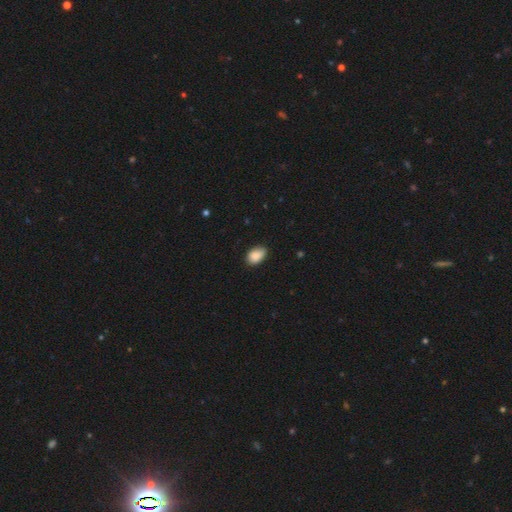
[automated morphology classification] Smooth or featured? Predicted: smooth (p=0.89). How rounded? Predicted: in between (p=0.88). Merging? Predicted: none (p=0.79).